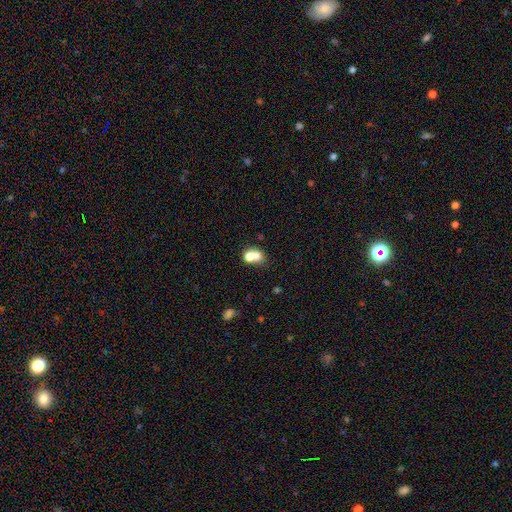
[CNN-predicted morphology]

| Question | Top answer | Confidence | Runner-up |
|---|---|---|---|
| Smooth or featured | smooth | 70% | featured or disk (18%) |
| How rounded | round | 60% | in between (39%) |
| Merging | merger | 60% | none (29%) |